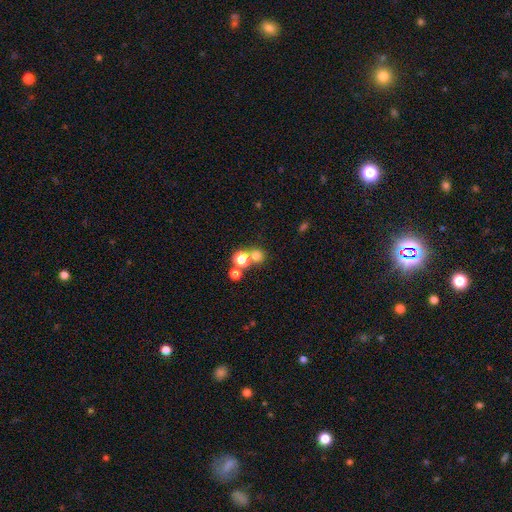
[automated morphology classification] smooth 73%, star or artifact 19%, featured or disk 8%. Down the decision tree: how rounded — round (89%); merging — none (60%).